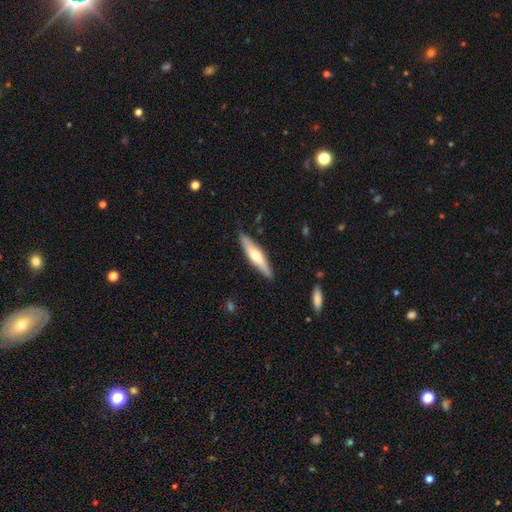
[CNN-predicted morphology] Q: Smooth or featured?
A: smooth (49%); runner-up: featured or disk (46%)
Q: Merging?
A: none (86%); runner-up: minor disturbance (11%)